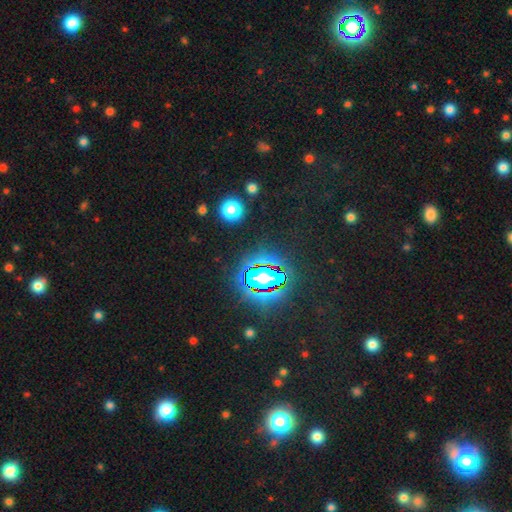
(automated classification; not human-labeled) Smooth or featured? star or artifact (78%)